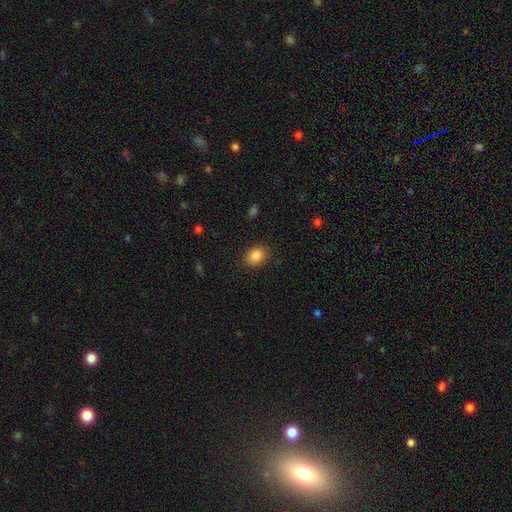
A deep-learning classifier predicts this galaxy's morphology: Overall: smooth (86%). How rounded: in between (52%; round 47%). Merging: none (87%).